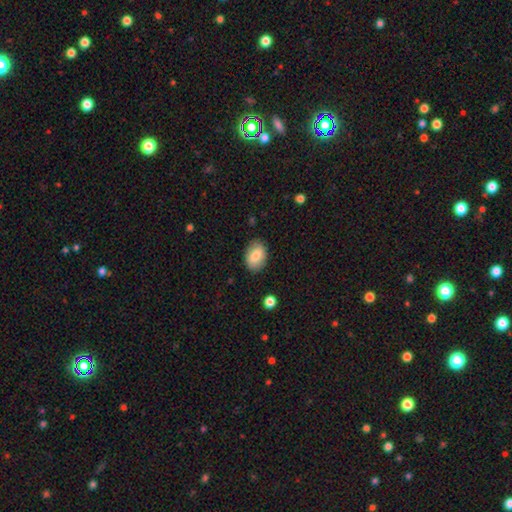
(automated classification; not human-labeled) A smooth galaxy with no disk features (79%) that is in between round and cigar-shaped (83%). Merging: none (84%).